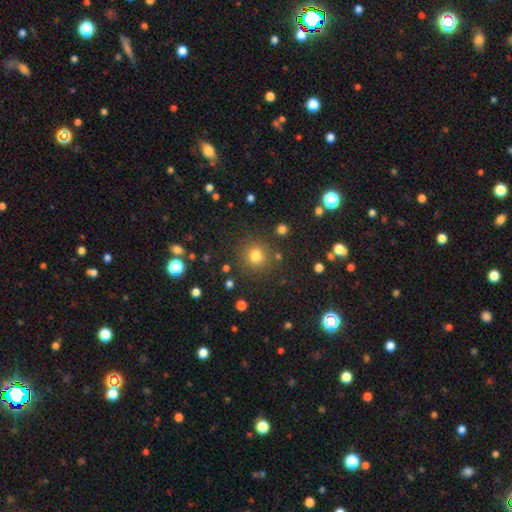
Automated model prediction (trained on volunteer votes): The model was most divided on "smooth or featured": smooth: 78%, star or artifact: 16%, featured or disk: 6%. More confident: how rounded — round (92%); merging — none (84%).